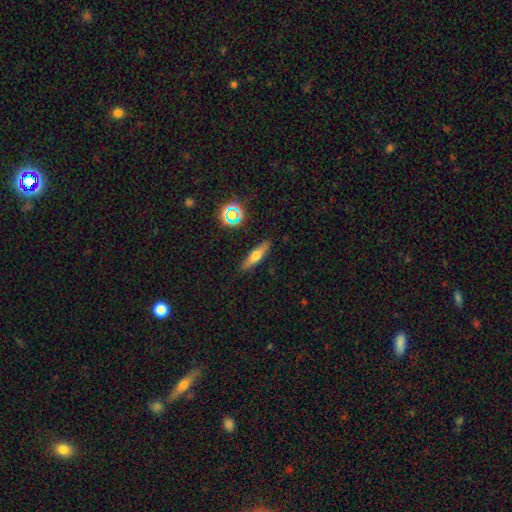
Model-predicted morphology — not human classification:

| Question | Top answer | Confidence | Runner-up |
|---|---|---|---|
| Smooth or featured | smooth | 54% | featured or disk (35%) |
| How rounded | cigar-shaped | 69% | in between (27%) |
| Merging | none | 88% | minor disturbance (9%) |